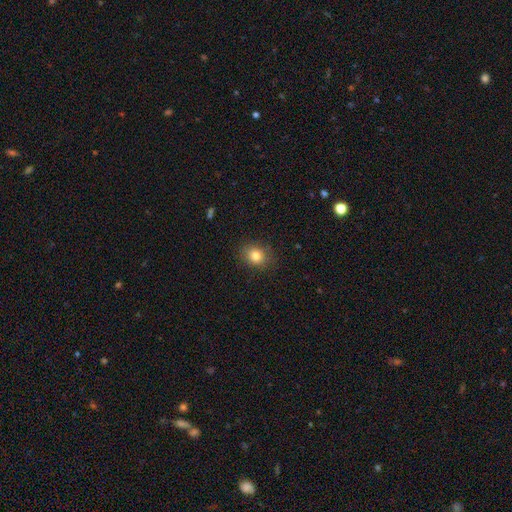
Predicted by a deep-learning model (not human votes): smooth 81%, star or artifact 11%, featured or disk 8%. Down the decision tree: how rounded — round (55%); merging — none (86%).